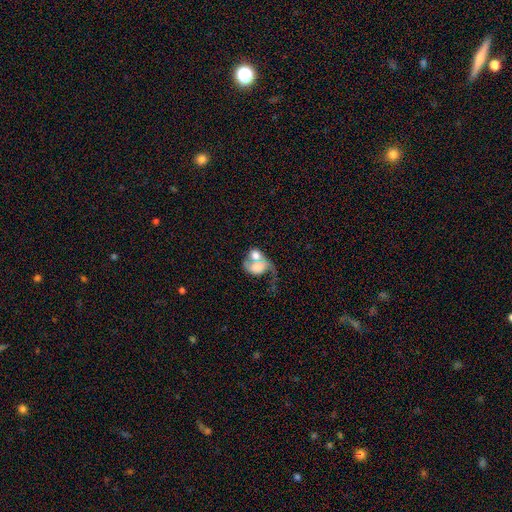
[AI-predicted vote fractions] smooth-or-featured: featured or disk: 51% | smooth: 40% | star or artifact: 9%
  disk-edge-on: no: 97% | yes: 3%
  merging: merger: 55% | major disturbance: 23% | none: 14% | minor disturbance: 8%